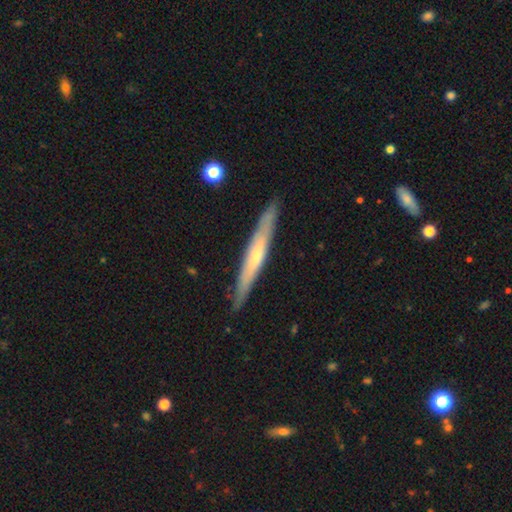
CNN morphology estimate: Smooth or featured: featured or disk — 55% (smooth — 40%)
Edge-on disk: yes — 92% (no — 8%)
Edge-on bulge: none — 52% (rounded — 41%)
Merging: none — 88% (minor disturbance — 9%)